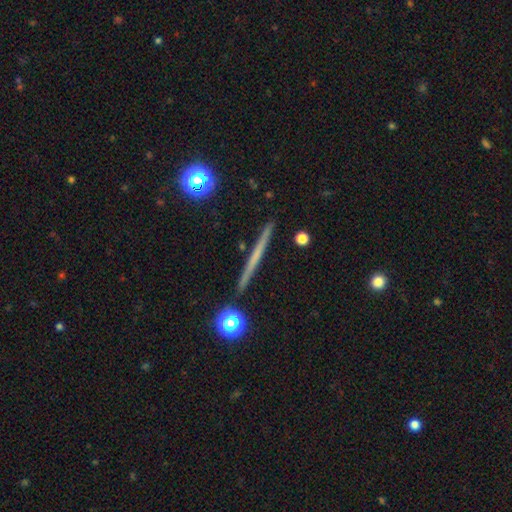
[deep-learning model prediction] A featured or disk galaxy (53%) viewed edge-on (98%) with no central bulge (90%). Merging: none (92%).